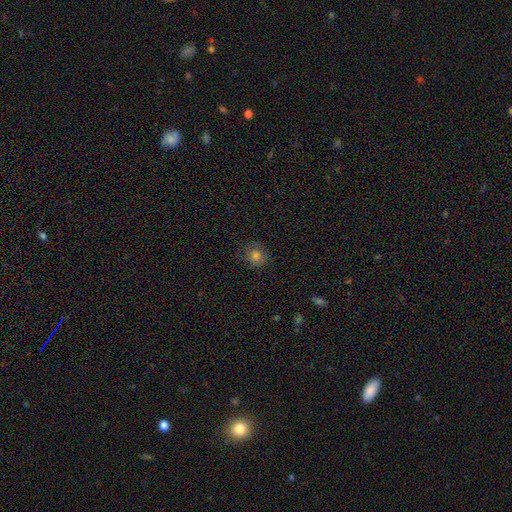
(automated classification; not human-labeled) Smooth or featured: smooth — 73% (star or artifact — 18%)
How rounded: round — 88% (in between — 11%)
Merging: none — 84% (minor disturbance — 11%)